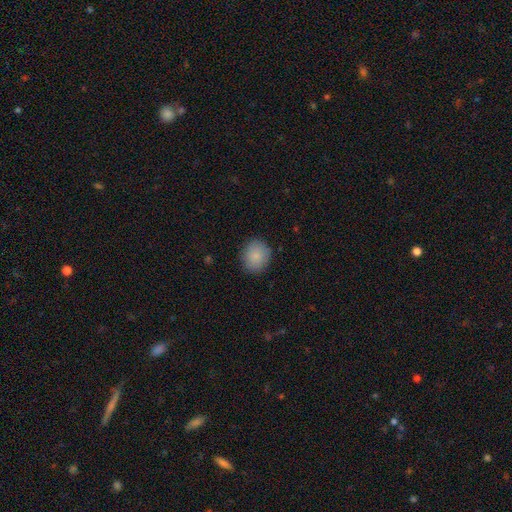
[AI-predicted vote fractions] Q: Smooth or featured?
A: smooth (87%); runner-up: star or artifact (7%)
Q: How rounded?
A: round (70%); runner-up: in between (29%)
Q: Merging?
A: none (87%); runner-up: minor disturbance (10%)